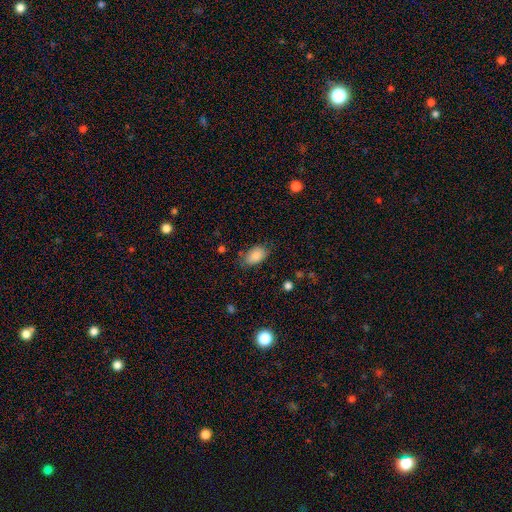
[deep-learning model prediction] Smooth or featured: smooth — 86% (star or artifact — 7%)
How rounded: in between — 92% (round — 7%)
Merging: none — 75% (minor disturbance — 19%)